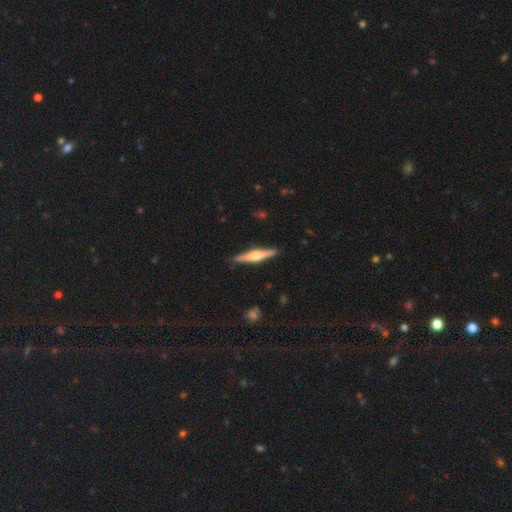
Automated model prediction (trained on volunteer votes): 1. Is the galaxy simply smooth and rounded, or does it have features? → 68% featured or disk, 27% smooth, 5% star or artifact.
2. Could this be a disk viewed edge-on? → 98% yes, 2% no.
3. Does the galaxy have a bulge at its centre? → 86% rounded, 10% boxy, 4% none.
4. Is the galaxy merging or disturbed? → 90% none, 7% minor disturbance, 2% major disturbance, 1% merger.